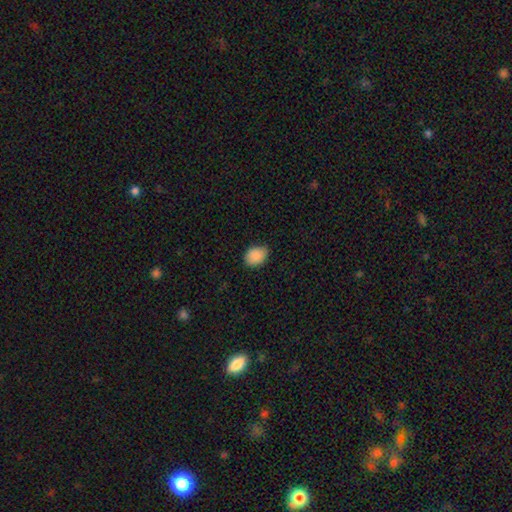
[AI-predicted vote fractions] Overall: smooth (89%). How rounded: in between (61%; round 38%). Merging: none (78%).